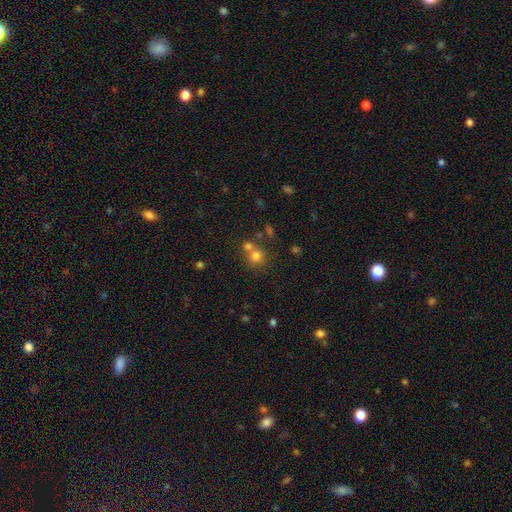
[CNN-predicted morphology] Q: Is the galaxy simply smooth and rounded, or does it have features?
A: smooth — 73%.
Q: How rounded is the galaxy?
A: round — 85%.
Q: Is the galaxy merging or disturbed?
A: none — 50%.